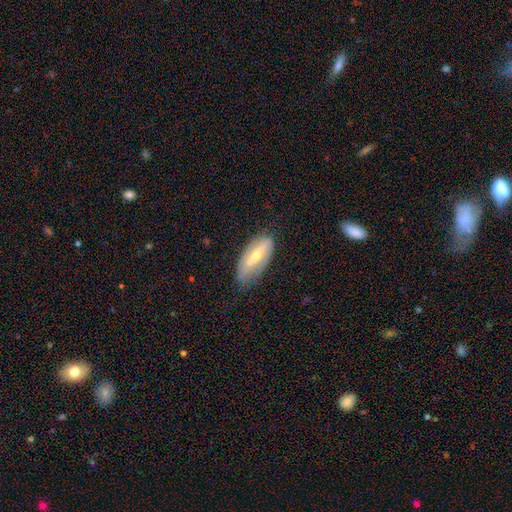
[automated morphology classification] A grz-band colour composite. It shows a featured or disk galaxy (58%). Merging: none (71%).